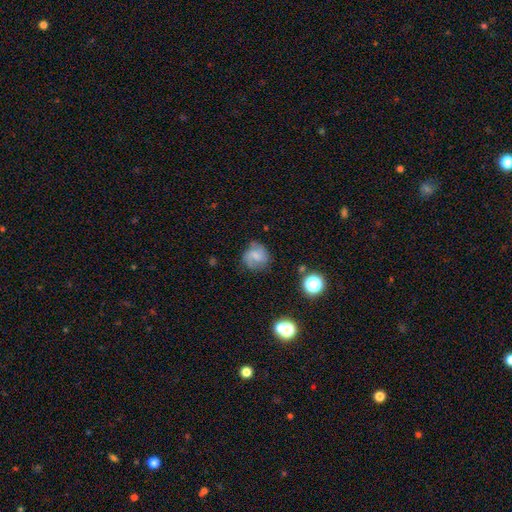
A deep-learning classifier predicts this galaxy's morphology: This appears to be a smooth galaxy with no disk features (48%). Merging: none (65%).